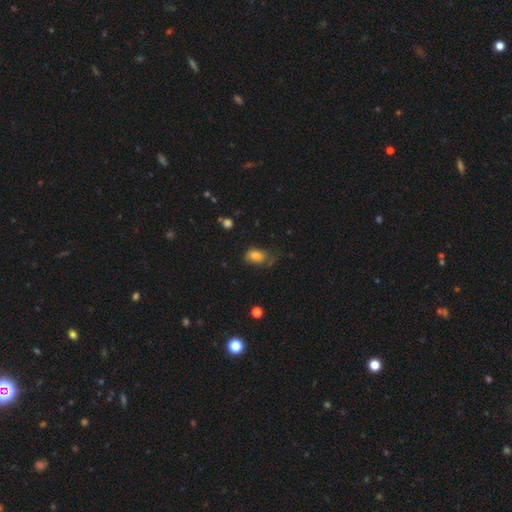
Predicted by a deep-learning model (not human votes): Overall: smooth (80%). How rounded: in between (81%). Merging: none (53%; minor disturbance 31%).